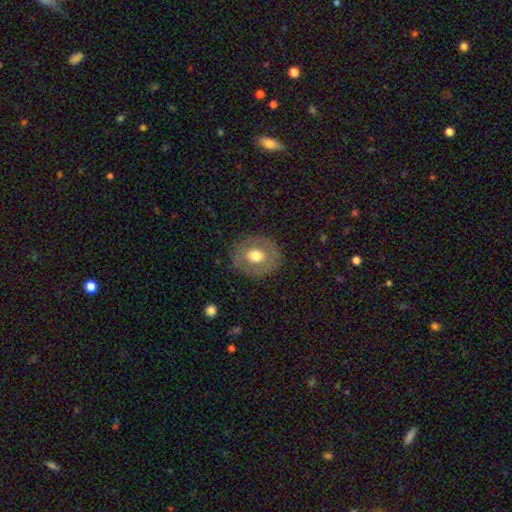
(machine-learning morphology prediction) Overall: smooth (55%; featured or disk 37%). How rounded: round (70%). Merging: none (82%).